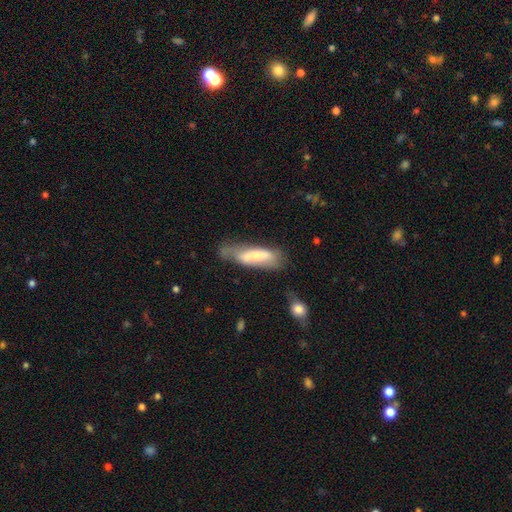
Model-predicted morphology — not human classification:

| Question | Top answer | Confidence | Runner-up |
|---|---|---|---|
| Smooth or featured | smooth | 60% | featured or disk (33%) |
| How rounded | cigar-shaped | 56% | in between (42%) |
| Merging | none | 45% | minor disturbance (32%) |